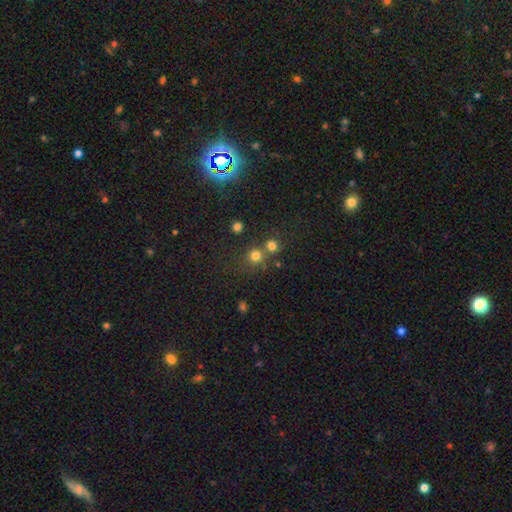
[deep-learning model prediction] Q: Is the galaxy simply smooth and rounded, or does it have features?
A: smooth — 75%.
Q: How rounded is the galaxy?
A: round — 89%.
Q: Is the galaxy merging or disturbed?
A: none — 59%.